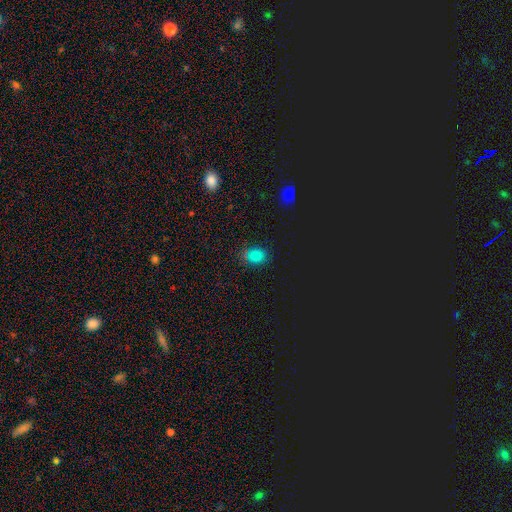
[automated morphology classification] smooth-or-featured: smooth: 73% | star or artifact: 21% | featured or disk: 6%
  how-rounded: in between: 53% | round: 46% | cigar-shaped: 1%
  merging: none: 80% | minor disturbance: 15% | major disturbance: 3% | merger: 2%